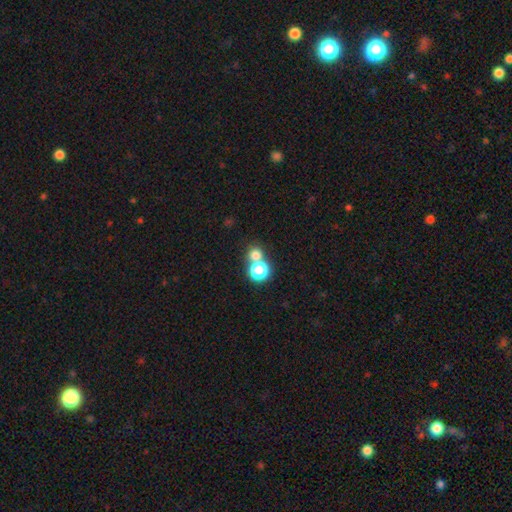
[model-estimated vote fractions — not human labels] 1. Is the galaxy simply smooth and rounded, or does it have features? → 72% smooth, 19% star or artifact, 9% featured or disk.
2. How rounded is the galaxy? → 86% round, 13% in between, 1% cigar-shaped.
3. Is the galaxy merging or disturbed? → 50% none, 41% merger, 6% minor disturbance, 3% major disturbance.